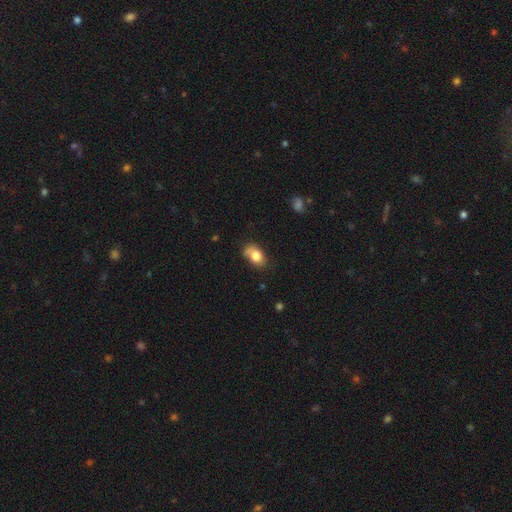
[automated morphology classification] Smooth or featured?
  - smooth: 78% *
  - featured or disk: 13%
  - star or artifact: 8%
How rounded?
  - in between: 81% *
  - round: 18%
  - cigar-shaped: 2%
Merging?
  - none: 51% *
  - minor disturbance: 30%
  - major disturbance: 10%
  - merger: 9%